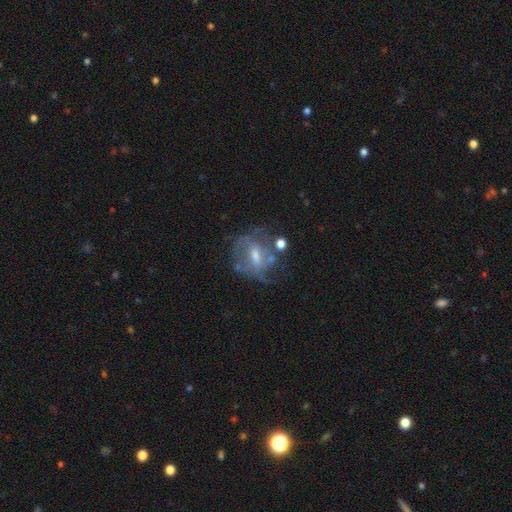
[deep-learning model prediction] featured or disk 69%, smooth 20%, star or artifact 11%. Down the decision tree: edge-on disk — no (95%); bar — weak (50%); spiral arms — yes (64%); bulge size — moderate (50%); merging — none (49%).